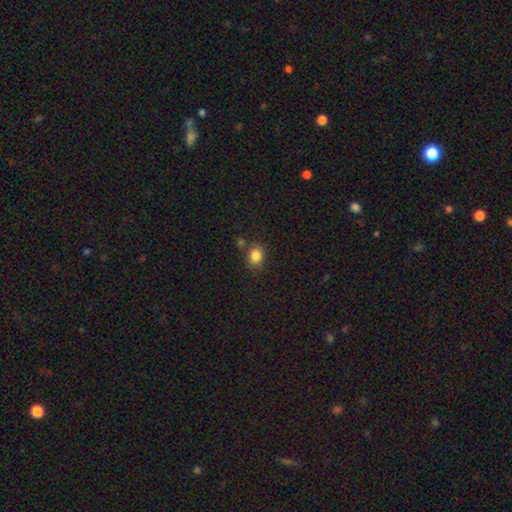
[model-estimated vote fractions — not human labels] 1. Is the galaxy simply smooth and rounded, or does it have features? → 84% smooth, 11% star or artifact, 6% featured or disk.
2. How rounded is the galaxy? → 50% round, 49% in between, 1% cigar-shaped.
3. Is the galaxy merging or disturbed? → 74% none, 14% minor disturbance, 8% merger, 4% major disturbance.